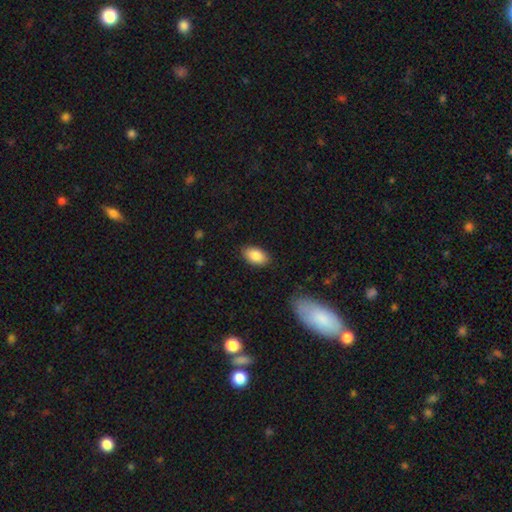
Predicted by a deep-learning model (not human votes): smooth 87%, star or artifact 7%, featured or disk 7%. Down the decision tree: how rounded — in between (93%); merging — none (87%).